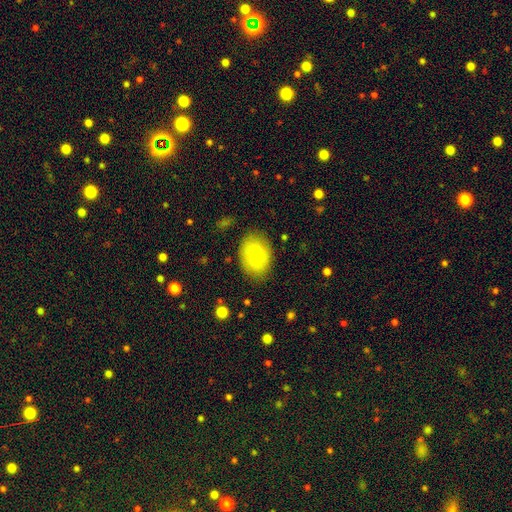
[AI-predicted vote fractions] A smooth galaxy with no disk features (70%) that is in between round and cigar-shaped (73%).

Vote fractions:
- Smooth or featured? smooth: 70% / featured or disk: 23% / star or artifact: 7%
- How rounded? in between: 73% / round: 26% / cigar-shaped: 1%
- Merging? none: 83% / minor disturbance: 13% / major disturbance: 3% / merger: 1%